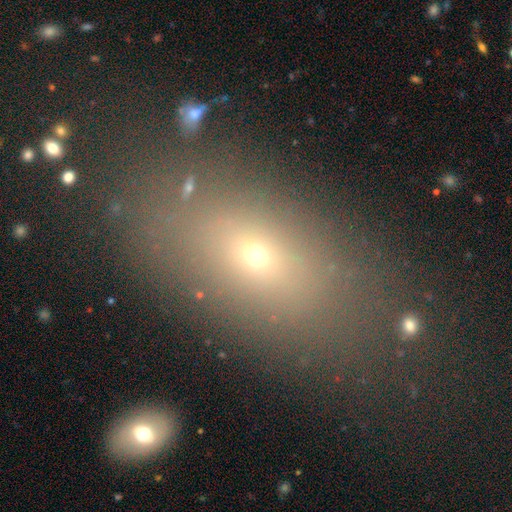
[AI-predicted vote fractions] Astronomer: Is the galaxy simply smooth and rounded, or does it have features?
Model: smooth — 61%.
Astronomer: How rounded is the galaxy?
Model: in between — 79%.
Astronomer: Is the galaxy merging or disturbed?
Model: none — 74%.